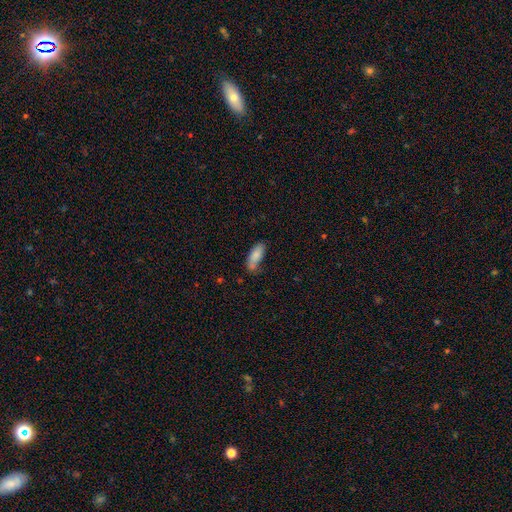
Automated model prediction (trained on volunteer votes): A smooth galaxy with no disk features (83%) that is in between round and cigar-shaped (75%). Merging: none (58%).